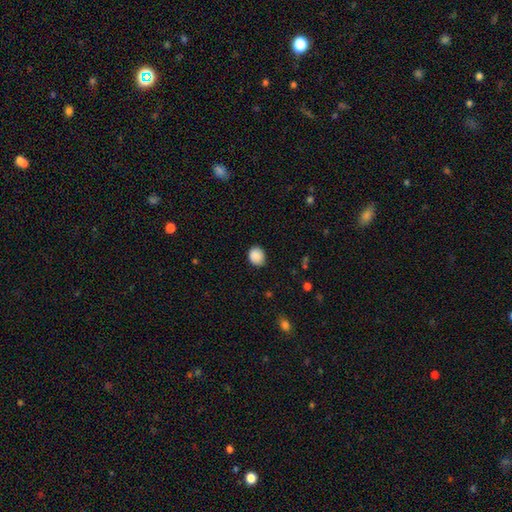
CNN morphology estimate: Smooth or featured: smooth — 89% (star or artifact — 8%)
How rounded: round — 72% (in between — 28%)
Merging: none — 85% (minor disturbance — 12%)